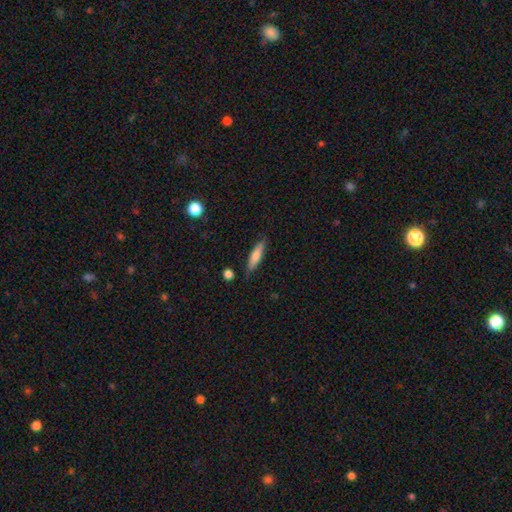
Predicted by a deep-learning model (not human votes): The model was most divided on "smooth or featured": smooth: 72%, featured or disk: 22%, star or artifact: 6%. More confident: merging — none (82%); how rounded — cigar-shaped (75%).